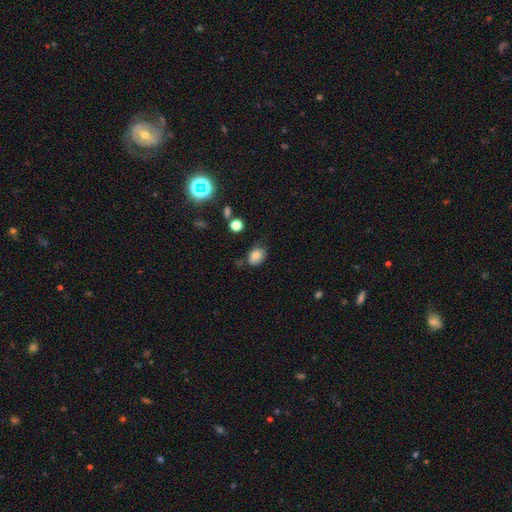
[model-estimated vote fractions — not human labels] smooth 81%, star or artifact 11%, featured or disk 8%. Down the decision tree: how rounded — in between (67%); merging — none (57%).